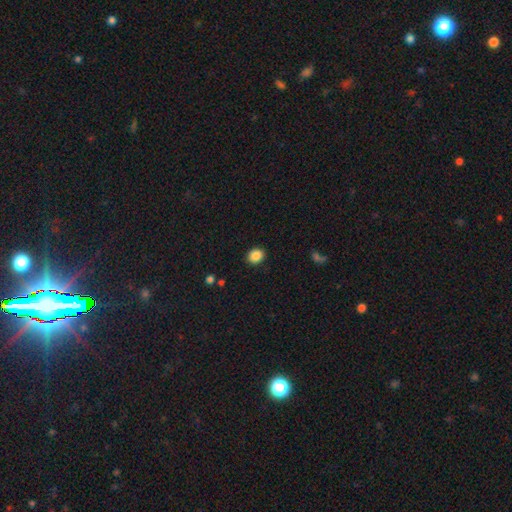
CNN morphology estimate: Q: Smooth or featured?
A: smooth (87%); runner-up: star or artifact (9%)
Q: How rounded?
A: round (59%); runner-up: in between (40%)
Q: Merging?
A: none (90%); runner-up: minor disturbance (7%)